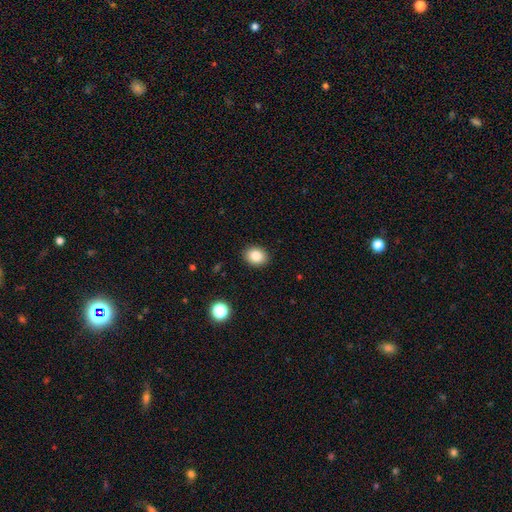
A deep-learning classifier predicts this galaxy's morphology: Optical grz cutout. It shows a smooth galaxy with no disk features (84%) that is in between round and cigar-shaped (52%). Merging: none (90%).